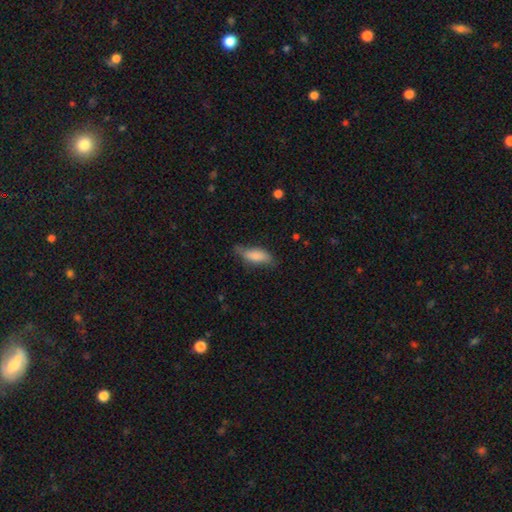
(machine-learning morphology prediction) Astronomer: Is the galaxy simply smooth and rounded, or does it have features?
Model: smooth — 77%.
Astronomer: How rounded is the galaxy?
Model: in between — 66%.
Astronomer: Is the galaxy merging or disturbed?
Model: none — 53% (runner-up: minor disturbance, 35%).